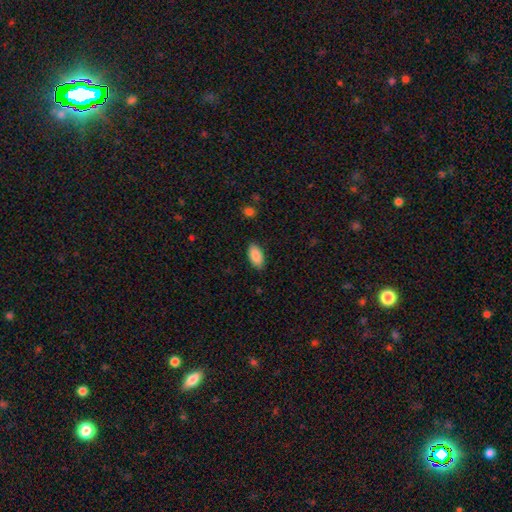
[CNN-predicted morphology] Smooth or featured? Predicted: smooth (p=0.88). How rounded? Predicted: in between (p=0.93). Merging? Predicted: none (p=0.85).